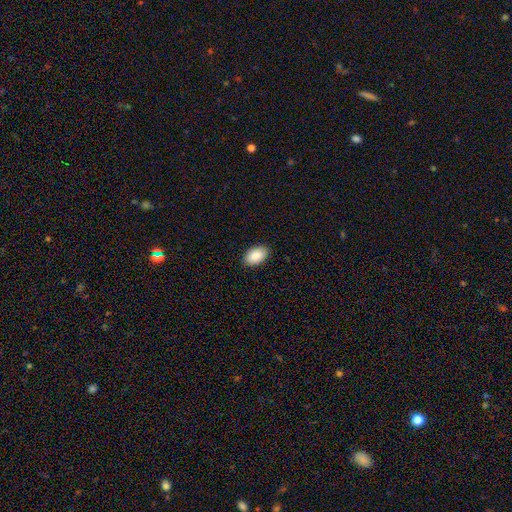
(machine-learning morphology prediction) Q: Smooth or featured?
A: smooth (90%); runner-up: star or artifact (6%)
Q: How rounded?
A: in between (94%); runner-up: round (5%)
Q: Merging?
A: none (89%); runner-up: minor disturbance (8%)